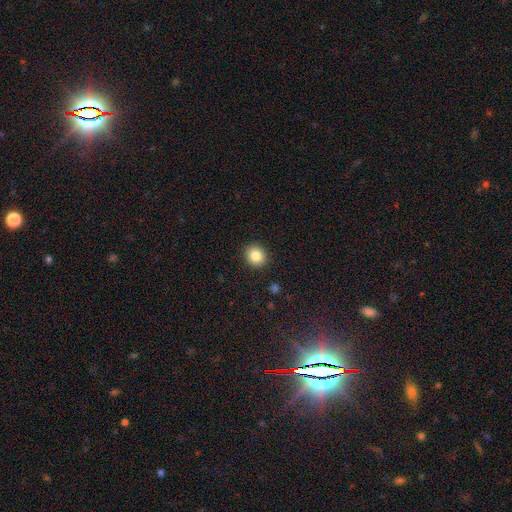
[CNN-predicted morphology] Smooth or featured?
  - smooth: 84% *
  - star or artifact: 10%
  - featured or disk: 7%
How rounded?
  - round: 79% *
  - in between: 20%
  - cigar-shaped: 1%
Merging?
  - none: 91% *
  - minor disturbance: 6%
  - major disturbance: 2%
  - merger: 1%